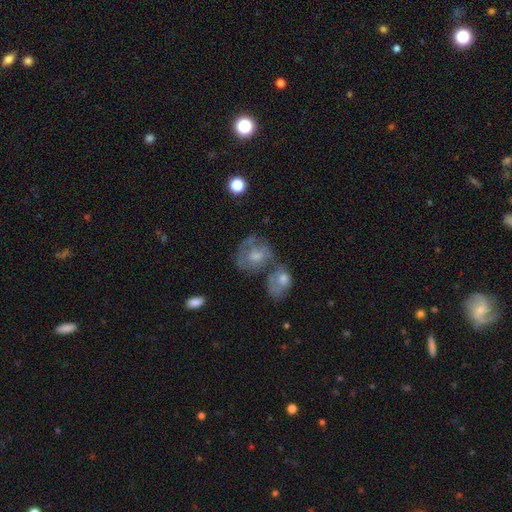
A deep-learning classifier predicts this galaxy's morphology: featured or disk 47%, smooth 45%, star or artifact 8%. Down the decision tree: merging — merger (38%).